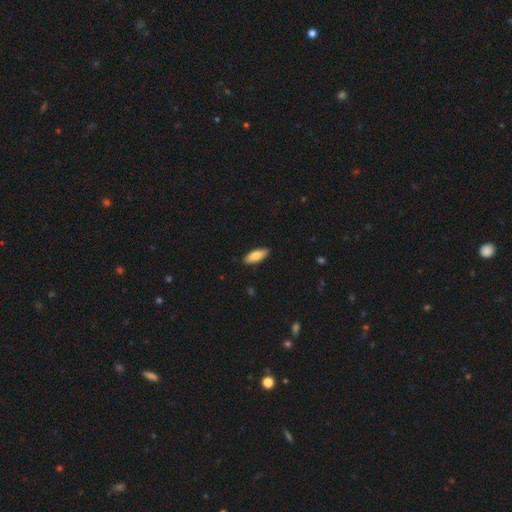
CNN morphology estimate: A smooth galaxy with no disk features (83%) that is in between round and cigar-shaped (70%). Merging: none (89%).